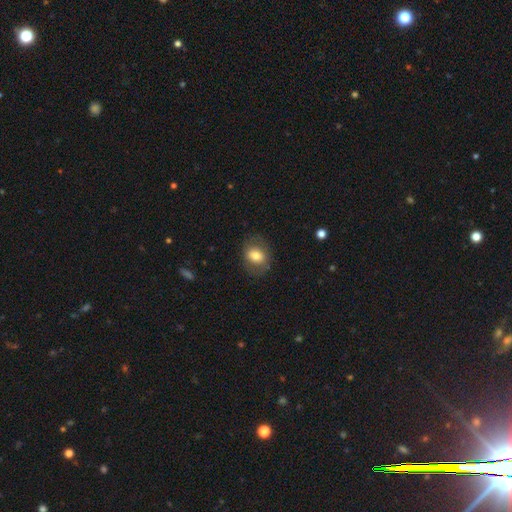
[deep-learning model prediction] Q: Smooth or featured?
A: smooth (72%); runner-up: featured or disk (19%)
Q: How rounded?
A: in between (58%); runner-up: round (41%)
Q: Merging?
A: none (78%); runner-up: minor disturbance (14%)